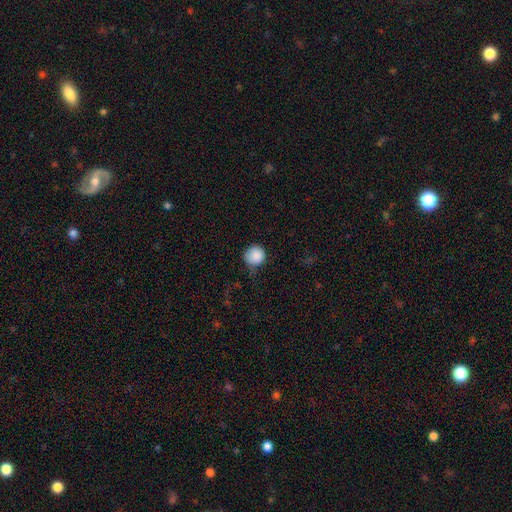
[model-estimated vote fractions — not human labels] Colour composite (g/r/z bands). It shows a smooth galaxy with no disk features (87%) that is round (93%). Merging: none (65%).